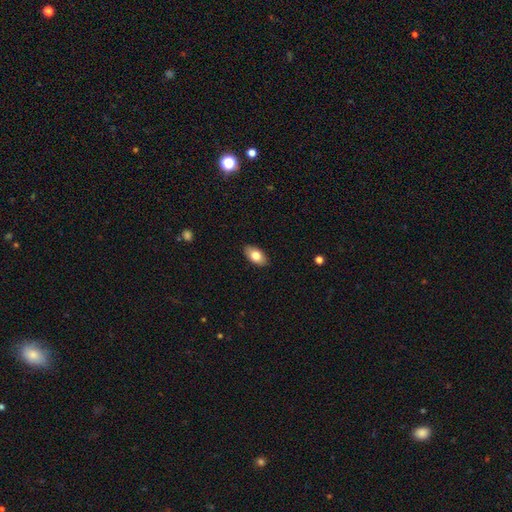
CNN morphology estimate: Smooth or featured?
  - smooth: 80% *
  - featured or disk: 14%
  - star or artifact: 7%
How rounded?
  - in between: 93% *
  - round: 5%
  - cigar-shaped: 2%
Merging?
  - none: 88% *
  - minor disturbance: 9%
  - major disturbance: 2%
  - merger: 1%